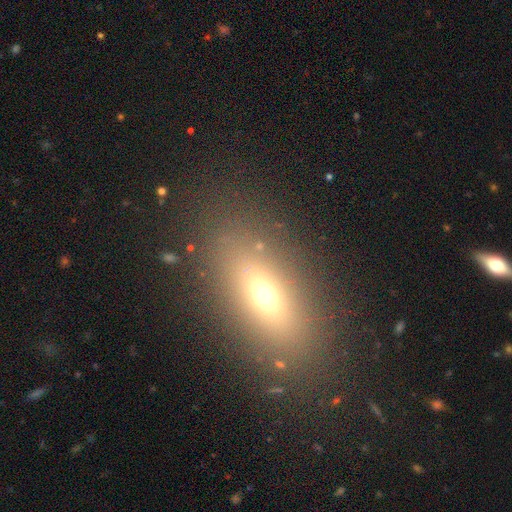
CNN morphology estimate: A smooth galaxy with no disk features (58%) that is in between round and cigar-shaped (73%).

Vote fractions:
- Smooth or featured? smooth: 58% / featured or disk: 25% / star or artifact: 17%
- How rounded? in between: 73% / cigar-shaped: 19% / round: 8%
- Merging? none: 85% / minor disturbance: 9% / major disturbance: 4% / merger: 2%